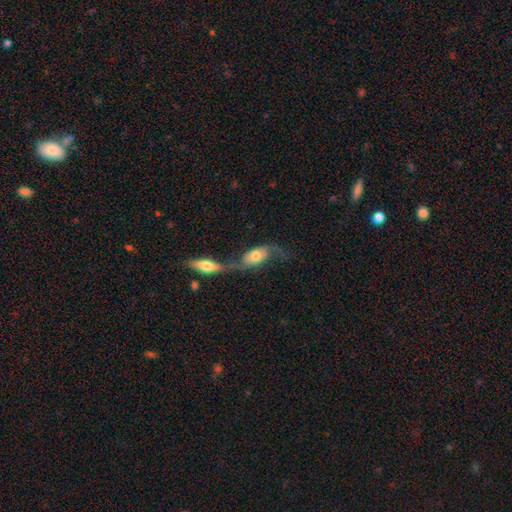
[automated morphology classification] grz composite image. It shows a featured or disk galaxy (51%). Merging: merger (72%).